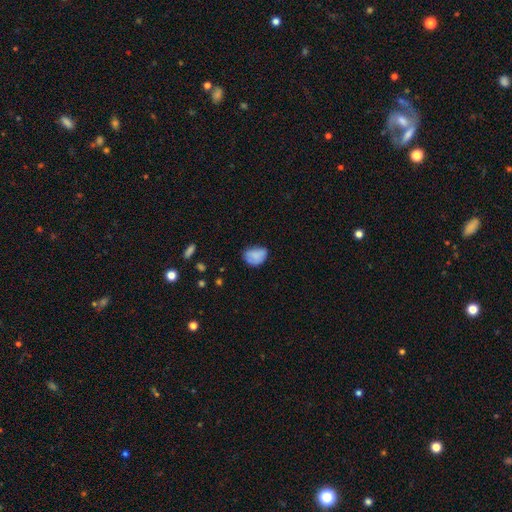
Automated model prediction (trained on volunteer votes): Smooth or featured? smooth (78%)
How rounded? in between (70%)
Merging? none (57%)